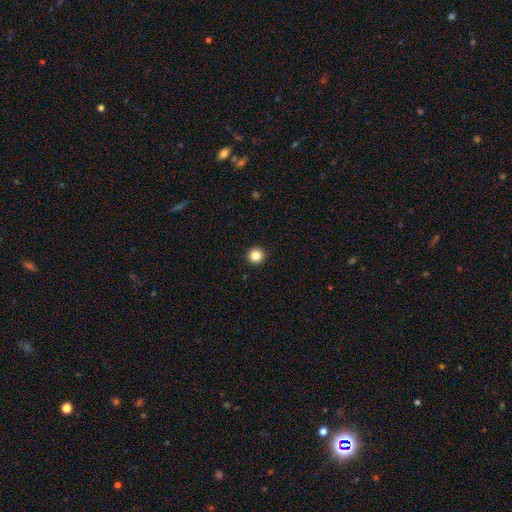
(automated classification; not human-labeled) A smooth galaxy with no disk features (85%) that is round (96%).

Vote fractions:
- Smooth or featured? smooth: 85% / star or artifact: 11% / featured or disk: 4%
- How rounded? round: 96% / in between: 3% / cigar-shaped: 1%
- Merging? none: 94% / minor disturbance: 4% / major disturbance: 1% / merger: 1%